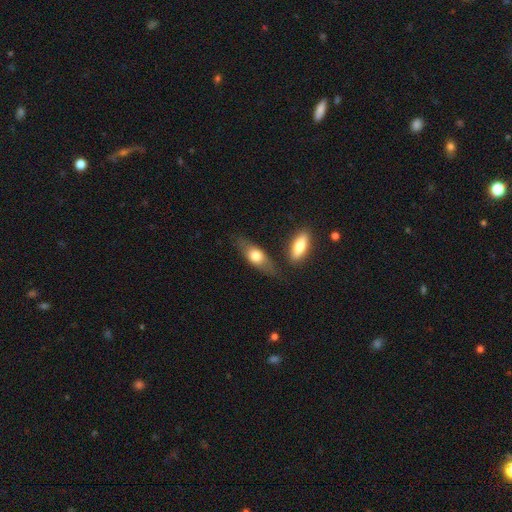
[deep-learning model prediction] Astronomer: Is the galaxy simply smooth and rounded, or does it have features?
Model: smooth — 62%.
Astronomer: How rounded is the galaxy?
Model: in between — 63%.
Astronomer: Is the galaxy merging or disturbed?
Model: none — 66%.